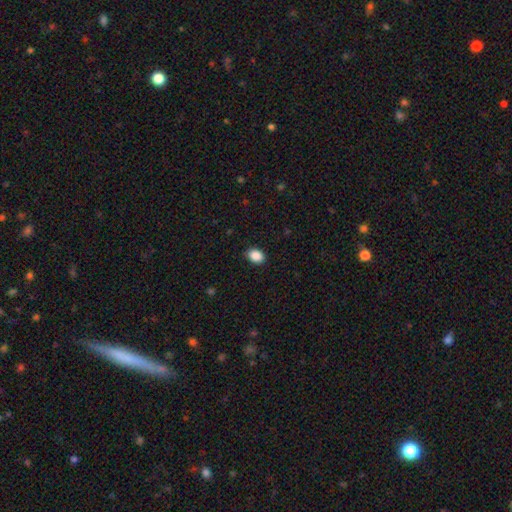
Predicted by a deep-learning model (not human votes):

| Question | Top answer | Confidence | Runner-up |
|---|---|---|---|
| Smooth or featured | smooth | 89% | star or artifact (8%) |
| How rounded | in between | 75% | round (24%) |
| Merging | none | 88% | minor disturbance (9%) |